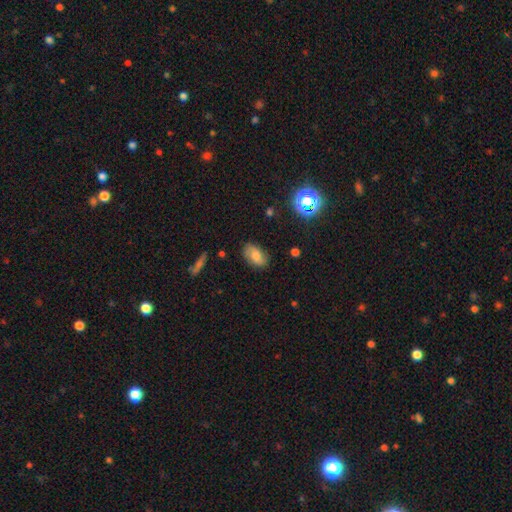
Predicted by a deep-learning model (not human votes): Smooth or featured?
  - smooth: 59% *
  - featured or disk: 31%
  - star or artifact: 11%
How rounded?
  - in between: 88% *
  - round: 9%
  - cigar-shaped: 2%
Merging?
  - none: 76% *
  - minor disturbance: 17%
  - major disturbance: 5%
  - merger: 2%